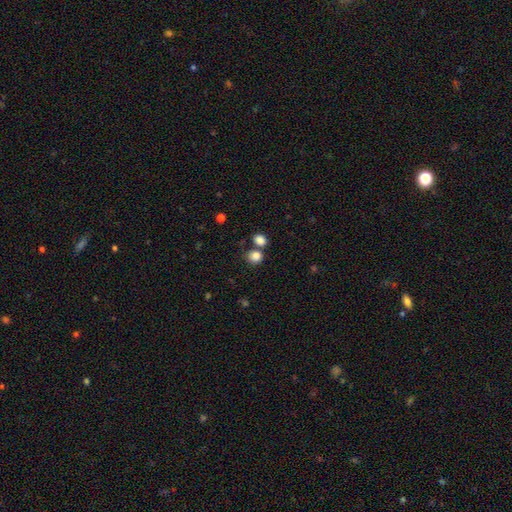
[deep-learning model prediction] Smooth or featured: smooth — 84% (star or artifact — 11%)
How rounded: round — 74% (in between — 25%)
Merging: none — 61% (merger — 27%)